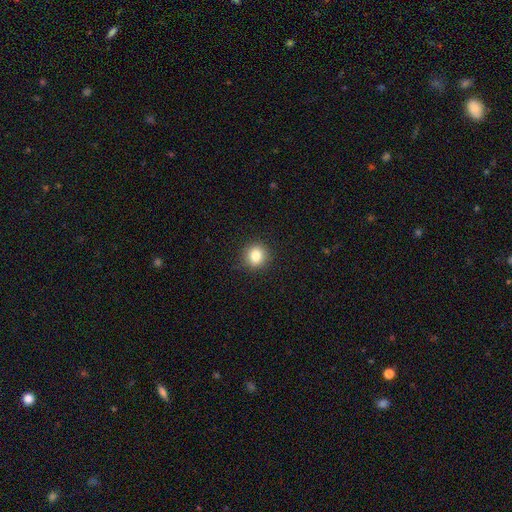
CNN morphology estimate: smooth 83%, star or artifact 11%, featured or disk 7%. Down the decision tree: how rounded — round (87%); merging — none (90%).